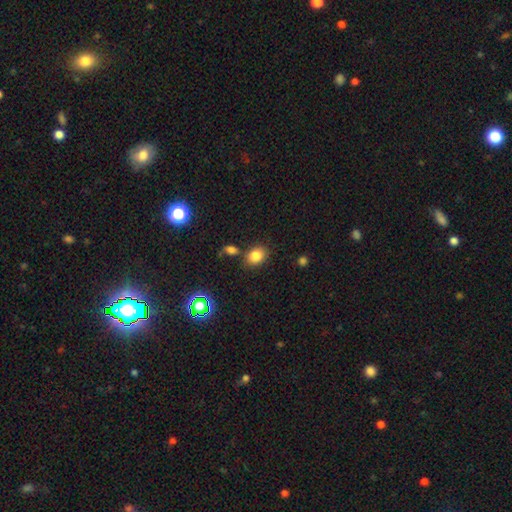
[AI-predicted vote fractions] A smooth galaxy with no disk features (82%) that is in between round and cigar-shaped (57%).

Vote fractions:
- Smooth or featured? smooth: 82% / star or artifact: 12% / featured or disk: 6%
- How rounded? in between: 57% / round: 42% / cigar-shaped: 1%
- Merging? none: 73% / minor disturbance: 12% / merger: 11% / major disturbance: 4%